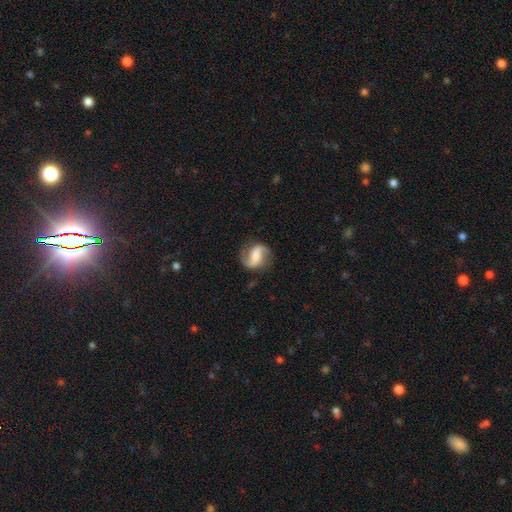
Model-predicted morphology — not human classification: A featured or disk galaxy (79%) with a weak bar (38%), 2 (91%) loose (47%) spiral arms (95%) and a moderate central bulge (27%).

Vote fractions:
- Smooth or featured? featured or disk: 79% / smooth: 14% / star or artifact: 7%
- Edge-on disk? no: 98% / yes: 2%
- Bar? weak: 38% / strong: 35% / no: 28%
- Spiral arms? yes: 95% / no: 5%
- Spiral winding? loose: 47% / medium: 40% / tight: 13%
- Spiral arm count? 2: 91% / 1: 4% / can't tell: 2% / 3: 1% / 4: 1% / more than 4: 1%
- Bulge size? moderate: 27% / none: 25% / large: 22% / small: 21% / dominant: 5%
- Merging? none: 78% / minor disturbance: 14% / major disturbance: 6% / merger: 1%